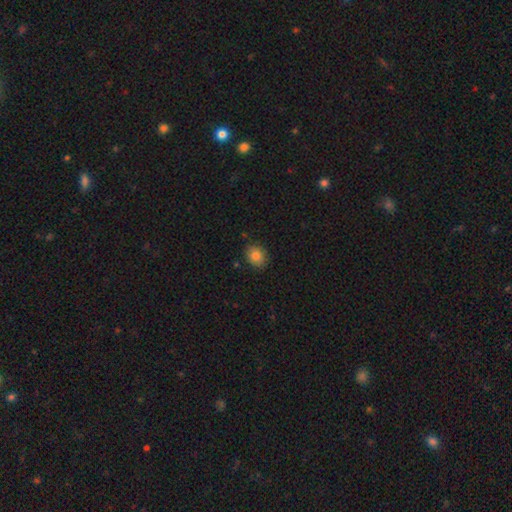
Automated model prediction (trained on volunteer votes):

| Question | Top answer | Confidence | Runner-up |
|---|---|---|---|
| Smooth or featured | smooth | 84% | star or artifact (10%) |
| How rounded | round | 64% | in between (35%) |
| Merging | none | 85% | minor disturbance (12%) |